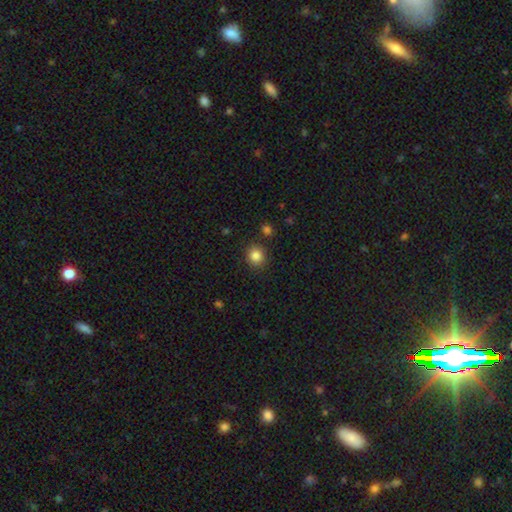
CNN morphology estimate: smooth-or-featured: smooth: 84% | star or artifact: 11% | featured or disk: 5%
  how-rounded: round: 84% | in between: 15% | cigar-shaped: 1%
  merging: none: 87% | minor disturbance: 8% | merger: 3% | major disturbance: 2%